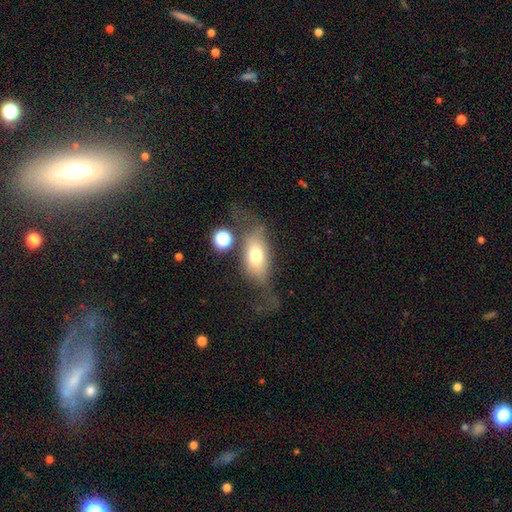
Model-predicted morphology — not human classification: Smooth or featured?
  - smooth: 62% *
  - featured or disk: 28%
  - star or artifact: 10%
How rounded?
  - in between: 79% *
  - round: 11%
  - cigar-shaped: 9%
Merging?
  - none: 37% *
  - major disturbance: 31%
  - minor disturbance: 24%
  - merger: 8%